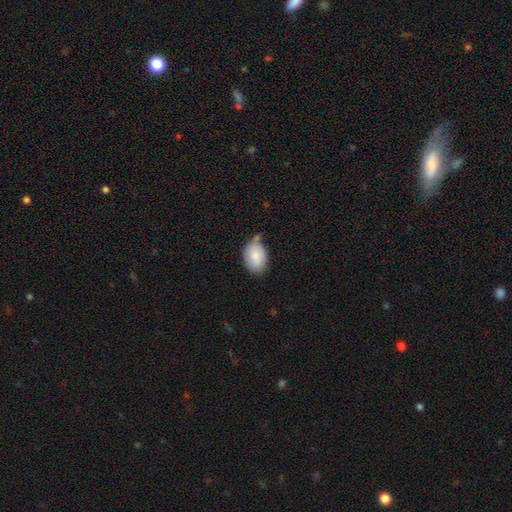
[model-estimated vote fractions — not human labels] A smooth galaxy with no disk features (82%) that is in between round and cigar-shaped (84%).

Vote fractions:
- Smooth or featured? smooth: 82% / featured or disk: 11% / star or artifact: 6%
- How rounded? in between: 84% / round: 14% / cigar-shaped: 1%
- Merging? none: 55% / minor disturbance: 30% / merger: 8% / major disturbance: 6%